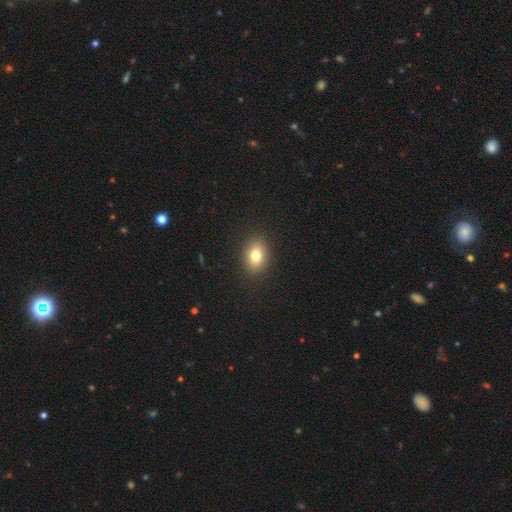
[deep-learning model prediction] Smooth or featured?
  - smooth: 78% *
  - featured or disk: 12%
  - star or artifact: 11%
How rounded?
  - in between: 72% *
  - round: 27%
  - cigar-shaped: 1%
Merging?
  - none: 89% *
  - minor disturbance: 7%
  - major disturbance: 3%
  - merger: 1%